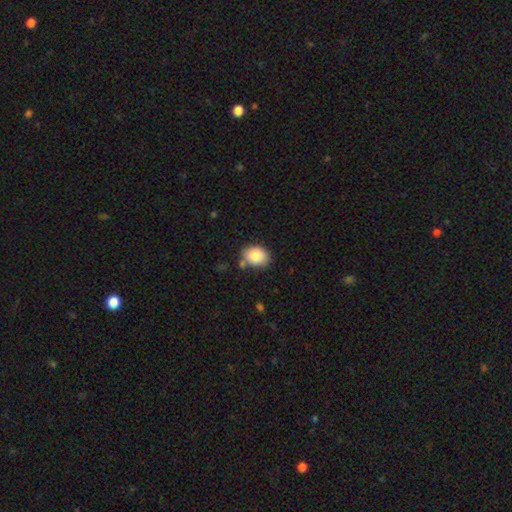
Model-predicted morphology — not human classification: smooth_or_featured: smooth (p=0.86) [alt: star or artifact p=0.07]
how_rounded: in between (p=0.69) [alt: round p=0.30]
merging: none (p=0.75) [alt: minor disturbance p=0.15]